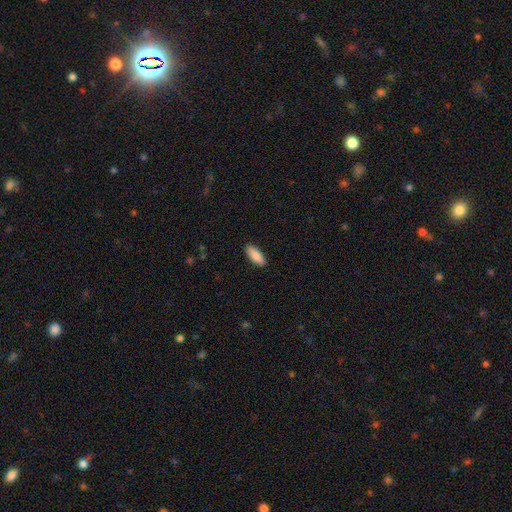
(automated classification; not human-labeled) smooth-or-featured: smooth: 88% | featured or disk: 6% | star or artifact: 6%
  how-rounded: in between: 78% | cigar-shaped: 20% | round: 2%
  merging: none: 90% | minor disturbance: 8% | major disturbance: 2% | merger: 1%